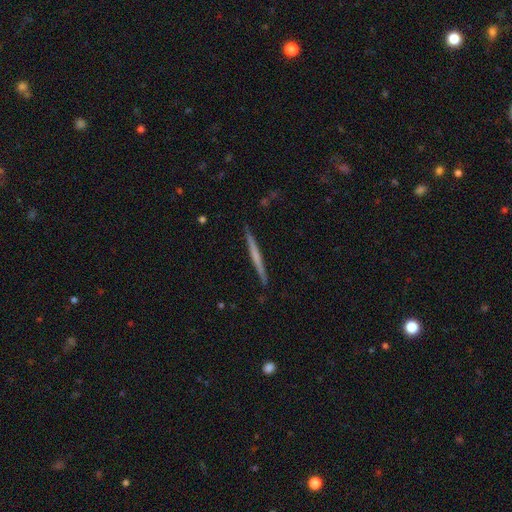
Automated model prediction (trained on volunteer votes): featured or disk 55%, smooth 40%, star or artifact 5%. Down the decision tree: edge-on disk — yes (98%); edge-on bulge — none (78%); merging — none (91%).